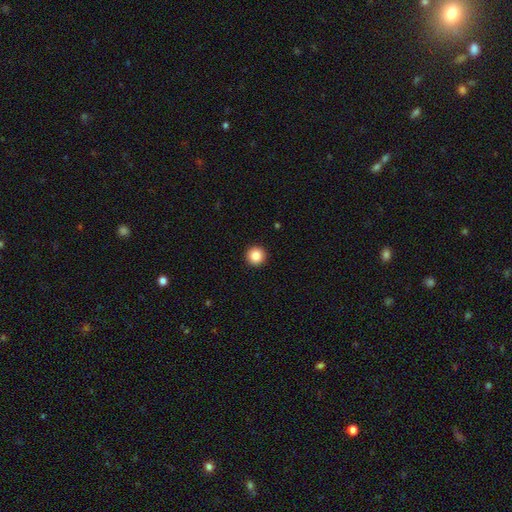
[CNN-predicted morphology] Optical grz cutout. It shows a smooth galaxy with no disk features (86%) that is round (96%). Merging: none (94%).